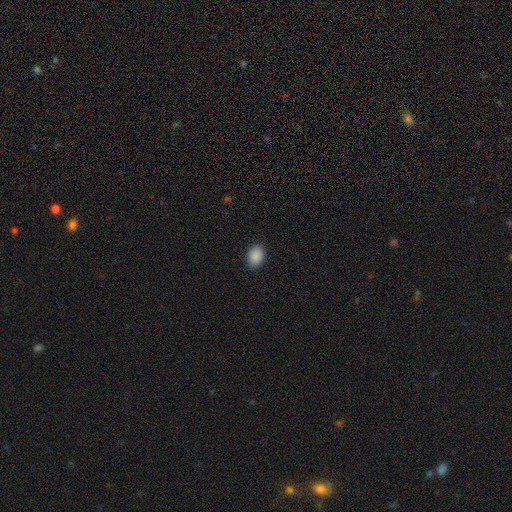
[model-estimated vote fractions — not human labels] Smooth or featured? Predicted: smooth (p=0.90). How rounded? Predicted: in between (p=0.80). Merging? Predicted: none (p=0.87).